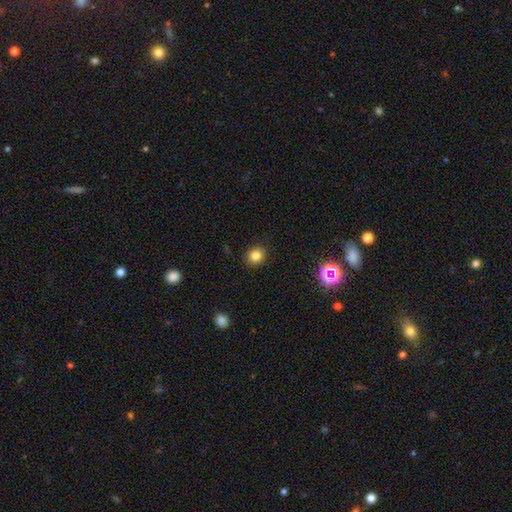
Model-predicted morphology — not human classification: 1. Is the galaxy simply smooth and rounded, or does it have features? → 81% smooth, 13% star or artifact, 6% featured or disk.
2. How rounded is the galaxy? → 80% round, 20% in between, 1% cigar-shaped.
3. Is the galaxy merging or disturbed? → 90% none, 7% minor disturbance, 2% major disturbance, 1% merger.